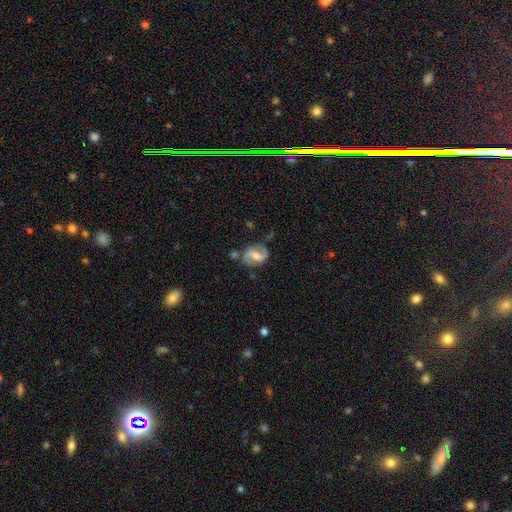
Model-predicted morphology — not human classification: Smooth or featured: featured or disk — 79% (smooth — 14%)
Edge-on disk: no — 97% (yes — 3%)
Bar: weak — 46% (strong — 36%)
Spiral arms: yes — 93% (no — 7%)
Spiral winding: medium — 49% (loose — 34%)
Spiral arm count: 2 — 90% (can't tell — 4%)
Bulge size: moderate — 47% (small — 33%)
Merging: none — 65% (minor disturbance — 20%)